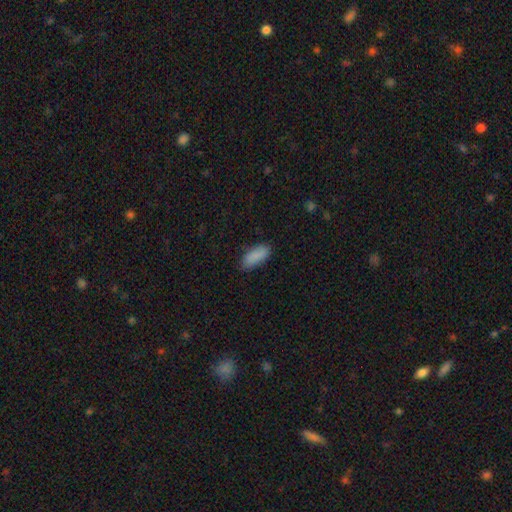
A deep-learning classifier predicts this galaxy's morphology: Smooth or featured: smooth — 89% (star or artifact — 7%)
How rounded: in between — 82% (cigar-shaped — 16%)
Merging: none — 81% (minor disturbance — 15%)